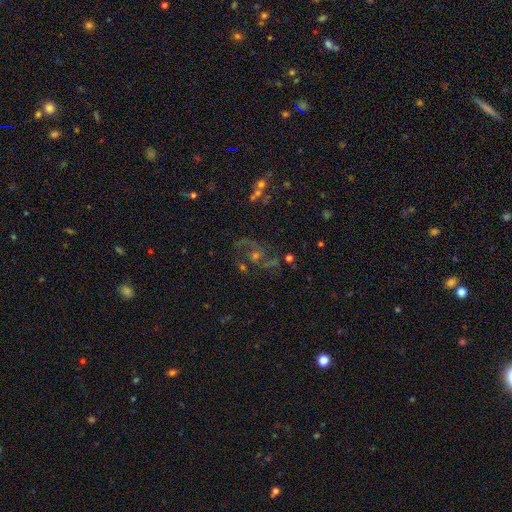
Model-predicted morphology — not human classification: smooth_or_featured: featured or disk (p=0.69) [alt: star or artifact p=0.20]
disk_edge_on: no (p=0.97) [alt: yes p=0.03]
bar: no (p=0.70) [alt: weak p=0.24]
has_spiral_arms: yes (p=0.88) [alt: no p=0.12]
spiral_winding: loose (p=0.49) [alt: medium p=0.41]
spiral_arm_count: 2 (p=0.75) [alt: 1 p=0.09]
bulge_size: small (p=0.43) [alt: moderate p=0.42]
merging: none (p=0.60) [alt: major disturbance p=0.17]